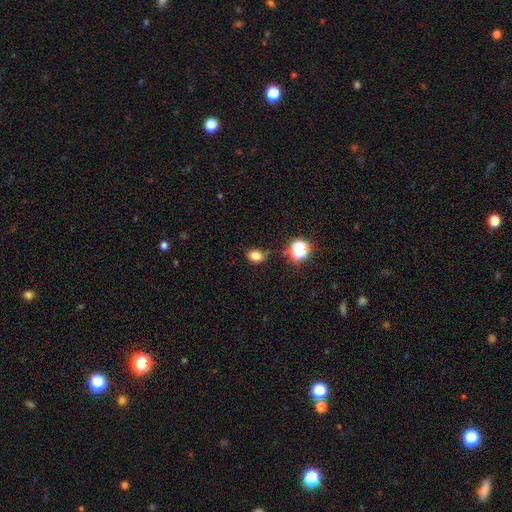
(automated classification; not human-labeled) Smooth or featured?
  - smooth: 79% *
  - star or artifact: 15%
  - featured or disk: 6%
How rounded?
  - in between: 64% *
  - round: 35%
  - cigar-shaped: 1%
Merging?
  - none: 72% *
  - minor disturbance: 20%
  - major disturbance: 4%
  - merger: 4%